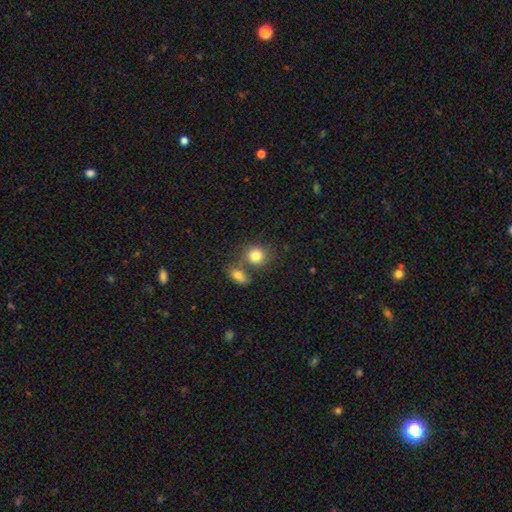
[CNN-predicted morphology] smooth-or-featured: smooth: 82% | star or artifact: 9% | featured or disk: 9%
  how-rounded: round: 77% | in between: 22% | cigar-shaped: 1%
  merging: none: 54% | merger: 33% | minor disturbance: 10% | major disturbance: 4%